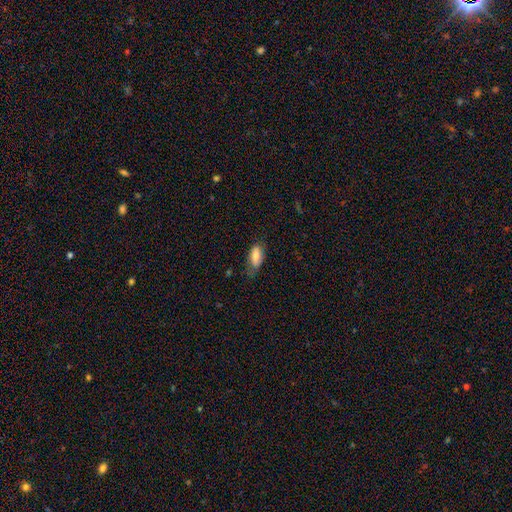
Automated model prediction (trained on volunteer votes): Smooth or featured? Predicted: smooth (p=0.75). How rounded? Predicted: in between (p=0.87). Merging? Predicted: none (p=0.58).